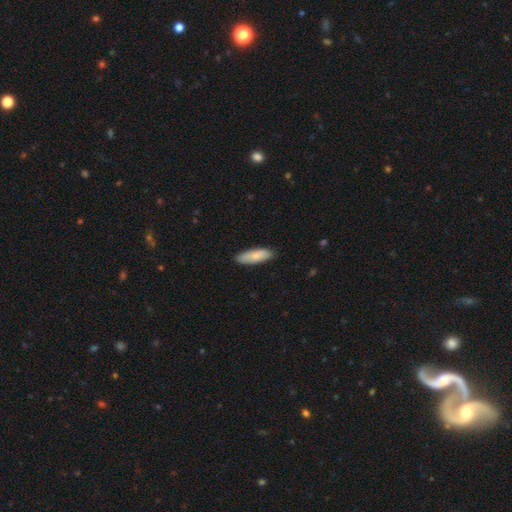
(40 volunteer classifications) smooth-or-featured: smooth: 80% | featured or disk: 12% | star or artifact: 8%
  how-rounded: in between: 56% | cigar-shaped: 41% | round: 3%
  merging: none: 86% | minor disturbance: 14% | major disturbance: 0% | merger: 0%